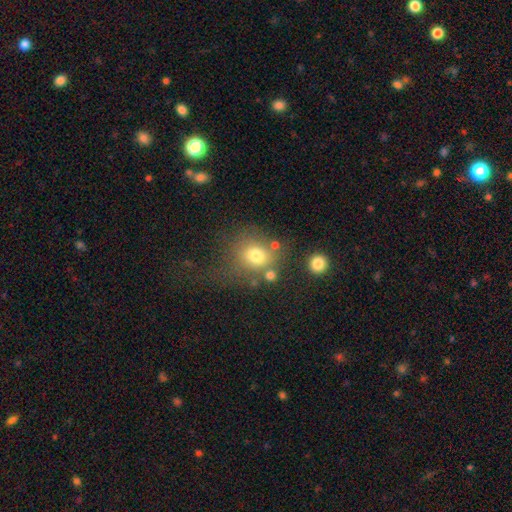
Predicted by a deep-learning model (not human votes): Morphology: type=smooth (74%); roundness=round (76%); merging=none (57%).